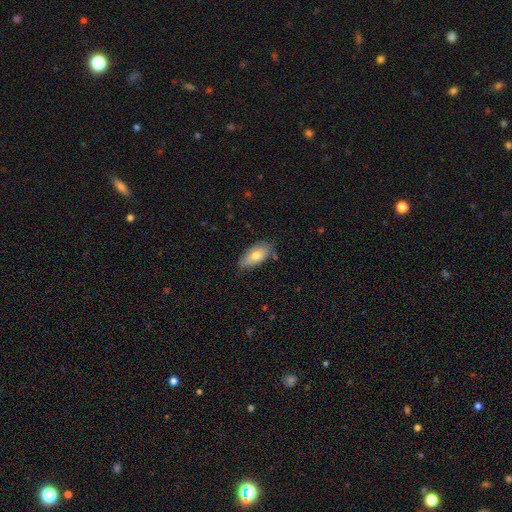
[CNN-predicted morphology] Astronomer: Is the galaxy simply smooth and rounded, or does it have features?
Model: smooth — 75%.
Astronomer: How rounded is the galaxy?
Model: in between — 90%.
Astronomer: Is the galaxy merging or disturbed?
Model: none — 66%.